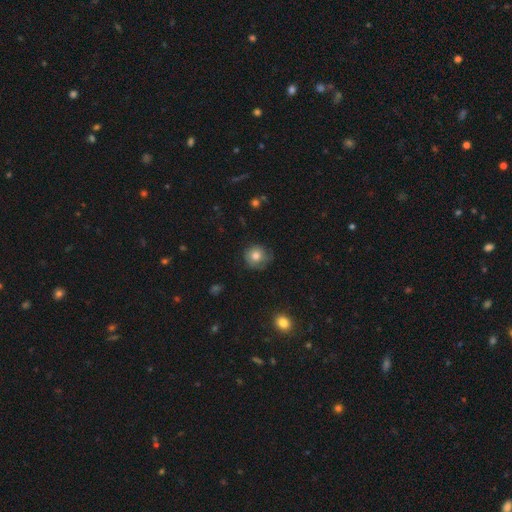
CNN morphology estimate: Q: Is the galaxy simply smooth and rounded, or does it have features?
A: smooth — 76%.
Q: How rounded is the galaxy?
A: round — 92%.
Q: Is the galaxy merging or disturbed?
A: none — 73%.